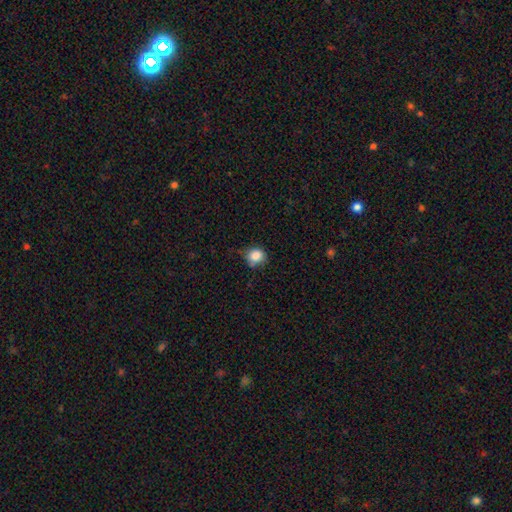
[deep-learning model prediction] Smooth or featured: smooth — 85% (star or artifact — 10%)
How rounded: round — 81% (in between — 18%)
Merging: none — 65% (minor disturbance — 27%)